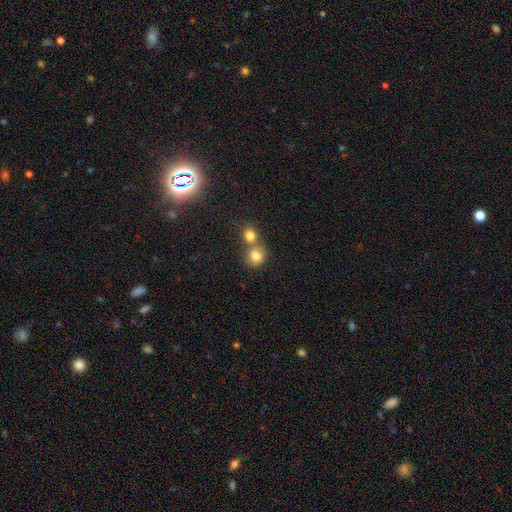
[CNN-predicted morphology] Smooth or featured? Predicted: smooth (p=0.81). How rounded? Predicted: round (p=0.79). Merging? Predicted: merger (p=0.46).